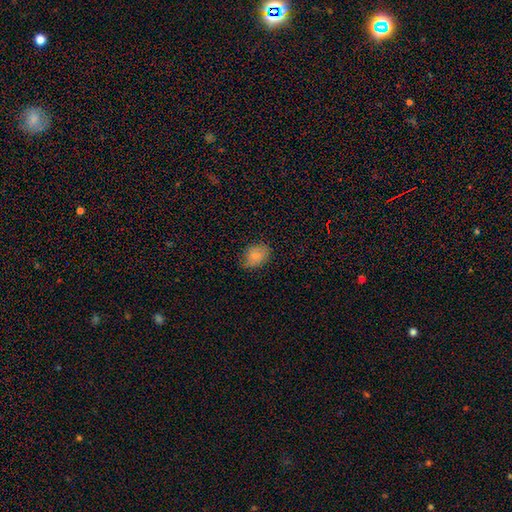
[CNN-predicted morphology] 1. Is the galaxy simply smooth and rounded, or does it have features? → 78% smooth, 13% featured or disk, 9% star or artifact.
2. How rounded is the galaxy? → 66% in between, 33% round, 1% cigar-shaped.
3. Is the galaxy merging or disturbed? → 72% none, 23% minor disturbance, 4% major disturbance, 1% merger.